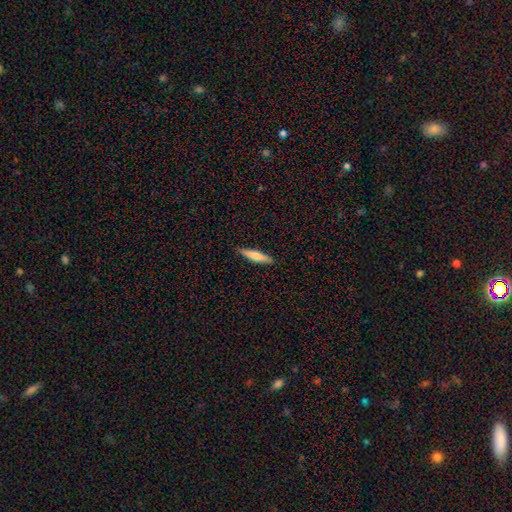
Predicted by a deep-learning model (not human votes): Smooth or featured?
  - smooth: 65% *
  - featured or disk: 29%
  - star or artifact: 6%
How rounded?
  - cigar-shaped: 84% *
  - in between: 14%
  - round: 1%
Merging?
  - none: 89% *
  - minor disturbance: 8%
  - major disturbance: 2%
  - merger: 1%